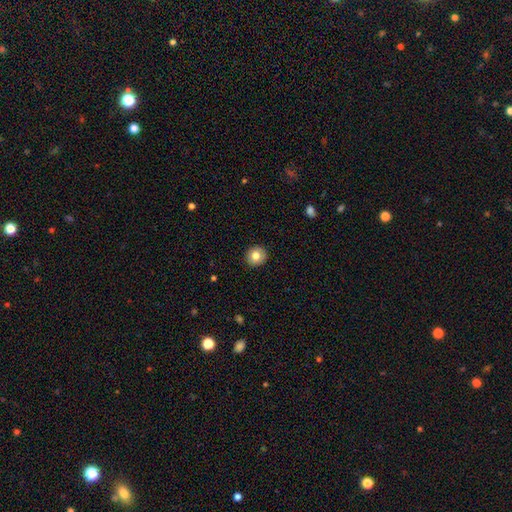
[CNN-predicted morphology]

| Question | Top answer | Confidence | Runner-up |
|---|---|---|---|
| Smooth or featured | smooth | 80% | featured or disk (11%) |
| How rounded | round | 89% | in between (10%) |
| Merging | none | 92% | minor disturbance (6%) |